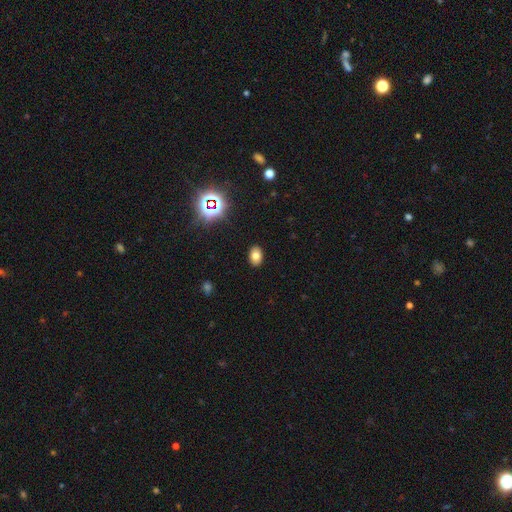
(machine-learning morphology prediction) Smooth or featured: smooth — 75% (star or artifact — 15%)
How rounded: in between — 84% (round — 15%)
Merging: none — 89% (minor disturbance — 8%)